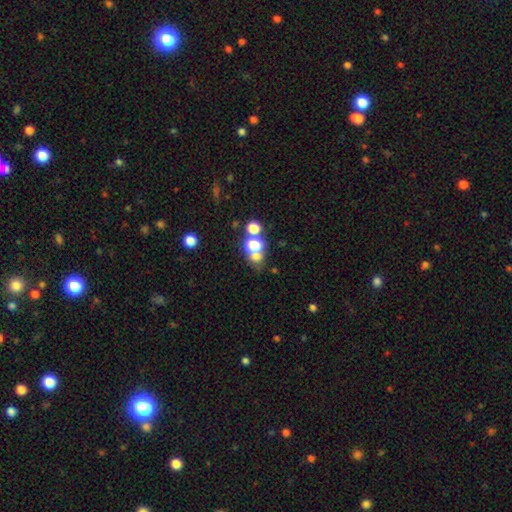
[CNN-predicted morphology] The model was most divided on "merging": none: 44%, merger: 42%, minor disturbance: 8%, major disturbance: 6%. More confident: how rounded — round (72%); smooth or featured — smooth (65%).